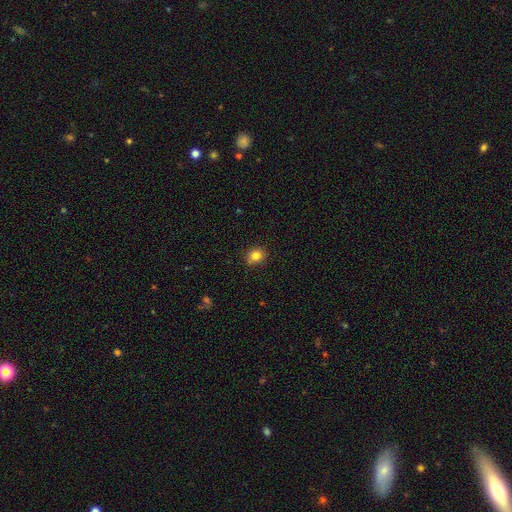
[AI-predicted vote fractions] A smooth galaxy with no disk features (82%) that is round (76%). Merging: none (86%).